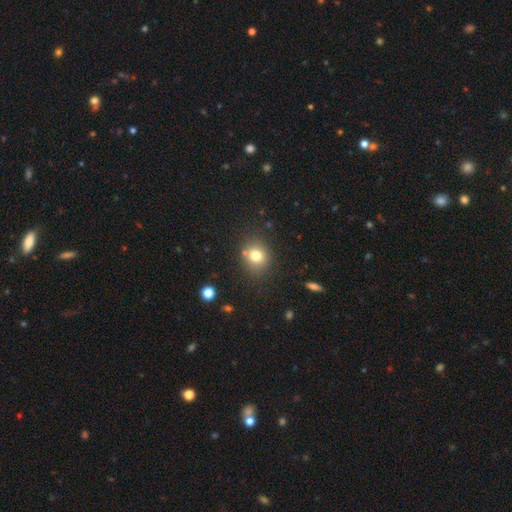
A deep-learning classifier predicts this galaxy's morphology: This appears to be a smooth galaxy with no disk features (77%) that is round (68%). Merging: none (78%).